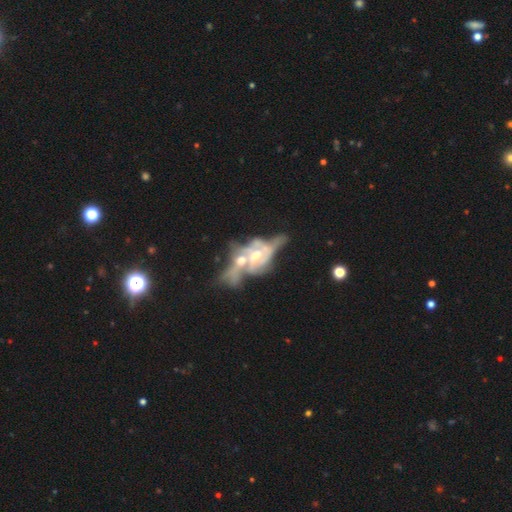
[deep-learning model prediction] A featured or disk galaxy (74%) with no bar (72%), no spiral arms (56%) and a moderate central bulge (61%).

Vote fractions:
- Smooth or featured? featured or disk: 74% / smooth: 16% / star or artifact: 11%
- Edge-on disk? no: 84% / yes: 16%
- Bar? no: 72% / weak: 20% / strong: 8%
- Spiral arms? no: 56% / yes: 44%
- Bulge size? moderate: 61% / small: 21% / large: 10% / none: 6% / dominant: 2%
- Merging? merger: 65% / major disturbance: 15% / none: 13% / minor disturbance: 7%